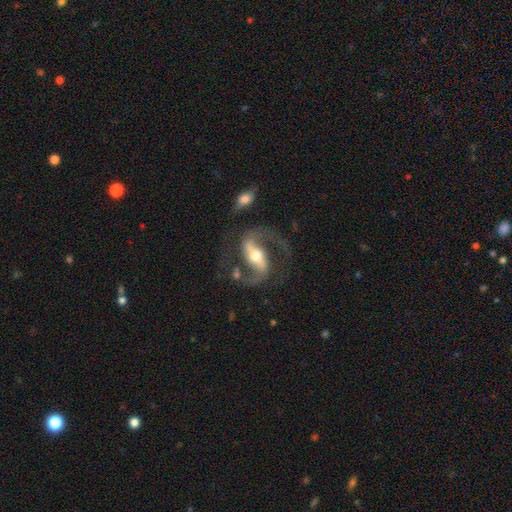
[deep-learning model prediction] The model was most divided on "spiral winding": medium: 51%, loose: 41%, tight: 8%. More confident: spiral arms — yes (97%); edge-on disk — no (96%); spiral arm count — 2 (93%); smooth or featured — featured or disk (91%); merging — none (71%); bulge size — moderate (67%); bar — strong (62%).